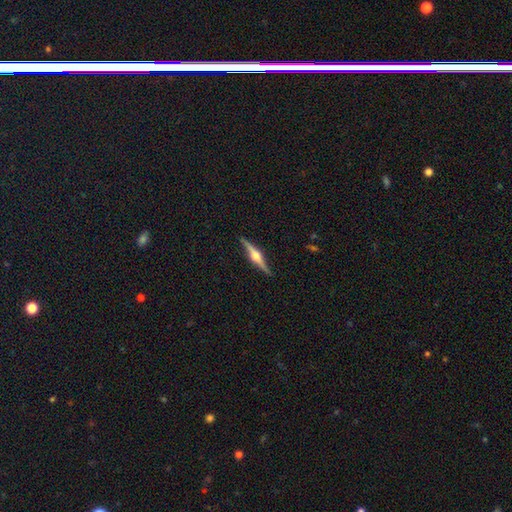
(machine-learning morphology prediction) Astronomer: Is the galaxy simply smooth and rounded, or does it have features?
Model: featured or disk — 82%.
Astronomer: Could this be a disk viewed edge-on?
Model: yes — 98%.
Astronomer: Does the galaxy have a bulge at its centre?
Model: rounded — 94%.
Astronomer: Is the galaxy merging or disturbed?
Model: none — 89%.